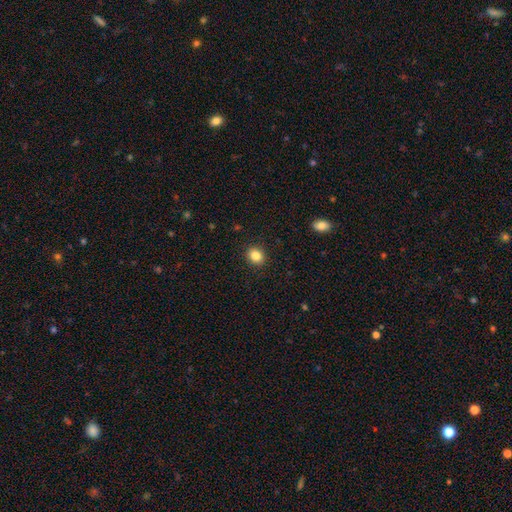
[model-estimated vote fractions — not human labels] This is clearly a smooth galaxy (85%). How rounded: likely round (74%). Merging: clearly none (91%).